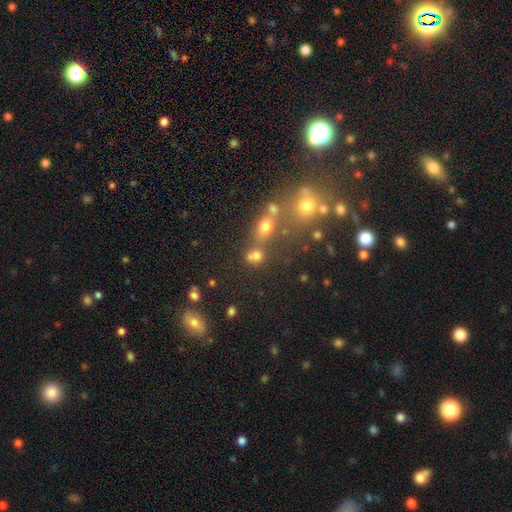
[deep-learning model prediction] smooth_or_featured: smooth (p=0.69) [alt: star or artifact p=0.20]
how_rounded: round (p=0.70) [alt: in between p=0.28]
merging: none (p=0.51) [alt: merger p=0.32]